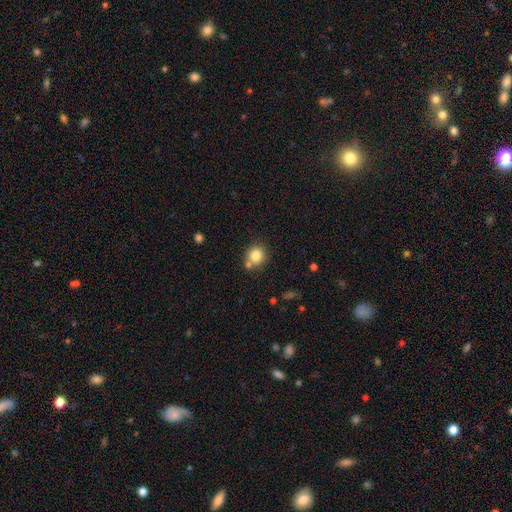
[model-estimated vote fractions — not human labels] A smooth galaxy with no disk features (81%) that is round (85%). Merging: none (68%).